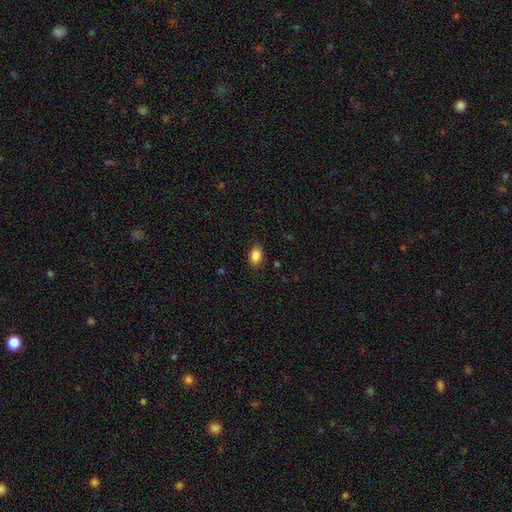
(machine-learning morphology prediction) This is clearly a smooth galaxy (87%). How rounded: clearly in between (84%). Merging: clearly none (88%).